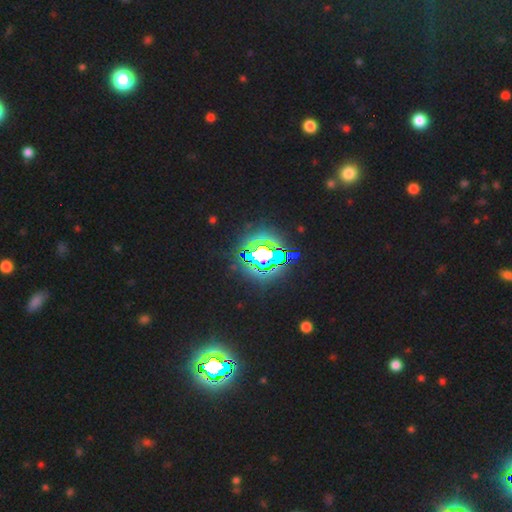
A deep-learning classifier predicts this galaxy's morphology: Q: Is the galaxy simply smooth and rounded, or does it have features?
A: star or artifact — 76%.